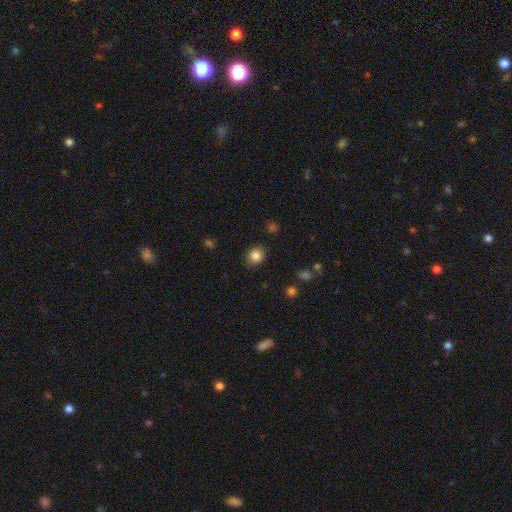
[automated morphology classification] Smooth or featured?
  - smooth: 84% *
  - star or artifact: 11%
  - featured or disk: 5%
How rounded?
  - round: 77% *
  - in between: 22%
  - cigar-shaped: 1%
Merging?
  - none: 86% *
  - minor disturbance: 10%
  - major disturbance: 3%
  - merger: 1%